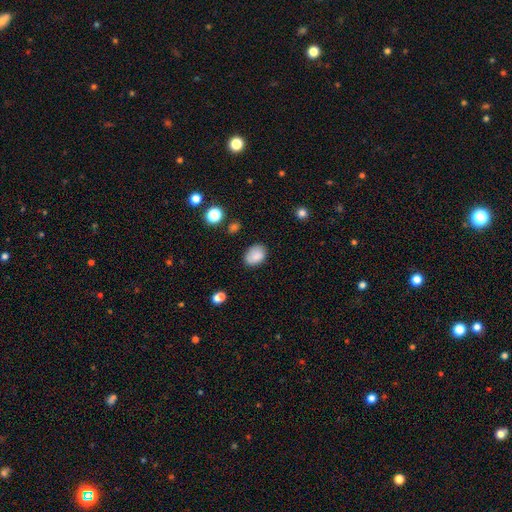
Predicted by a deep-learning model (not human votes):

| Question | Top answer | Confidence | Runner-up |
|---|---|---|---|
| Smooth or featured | smooth | 86% | star or artifact (8%) |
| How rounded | in between | 70% | round (29%) |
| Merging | none | 77% | minor disturbance (18%) |